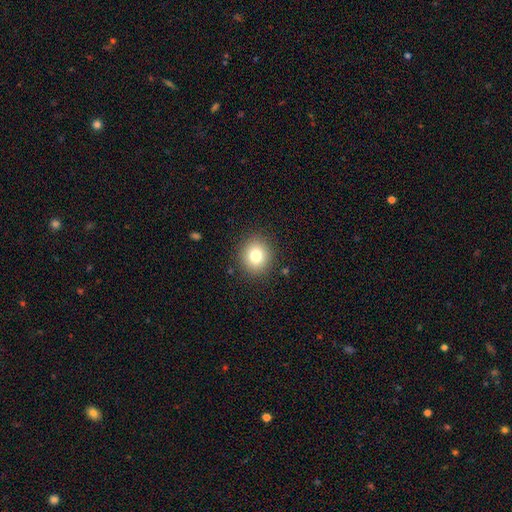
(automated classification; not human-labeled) smooth-or-featured: smooth: 79% | star or artifact: 11% | featured or disk: 9%
  how-rounded: round: 86% | in between: 13% | cigar-shaped: 1%
  merging: none: 89% | minor disturbance: 7% | major disturbance: 2% | merger: 1%